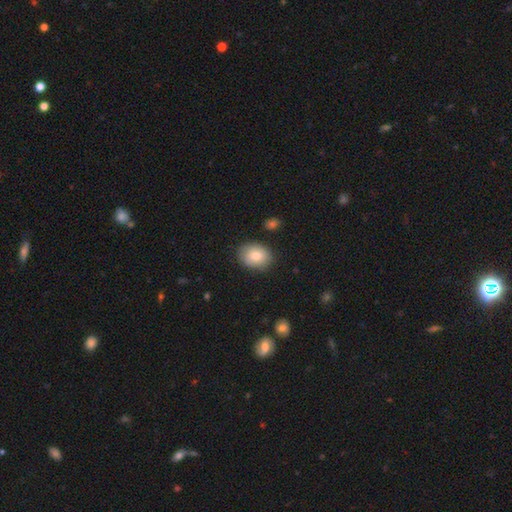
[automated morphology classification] Overall: smooth (81%). How rounded: in between (62%; round 37%). Merging: none (85%).